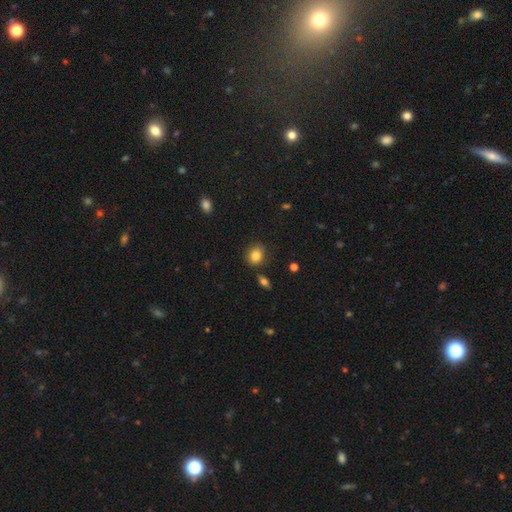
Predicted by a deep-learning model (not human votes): Overall: smooth (83%). How rounded: round (60%; in between 39%). Merging: none (80%).